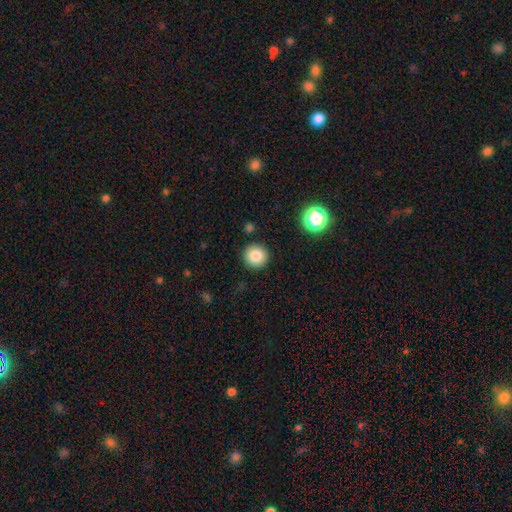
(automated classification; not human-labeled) This appears to be a smooth galaxy with no disk features (83%) that is round (95%). Merging: none (90%).